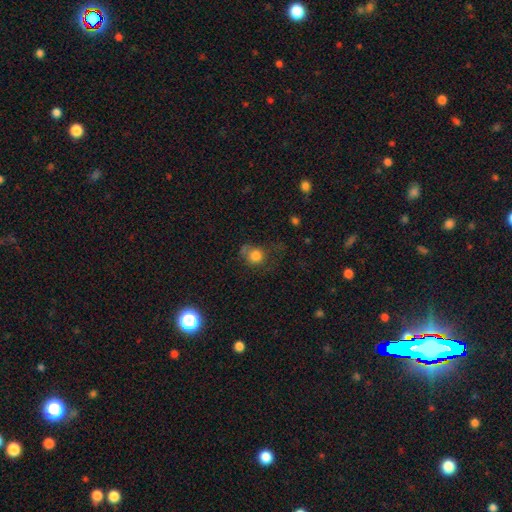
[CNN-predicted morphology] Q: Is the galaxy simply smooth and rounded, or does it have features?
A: smooth — 77%.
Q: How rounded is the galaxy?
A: round — 80%.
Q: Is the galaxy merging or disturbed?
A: none — 44%.